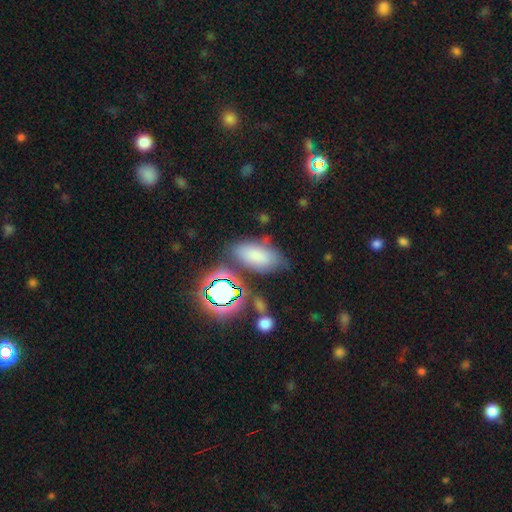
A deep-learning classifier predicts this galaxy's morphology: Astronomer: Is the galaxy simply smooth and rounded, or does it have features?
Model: smooth — 71%.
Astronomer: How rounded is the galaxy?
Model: in between — 90%.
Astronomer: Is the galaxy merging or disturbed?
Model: none — 65%.